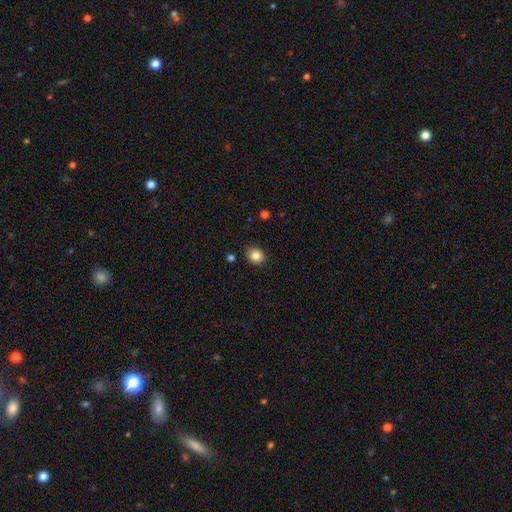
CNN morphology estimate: This appears to be a smooth galaxy with no disk features (85%) that is round (69%). Merging: none (87%).